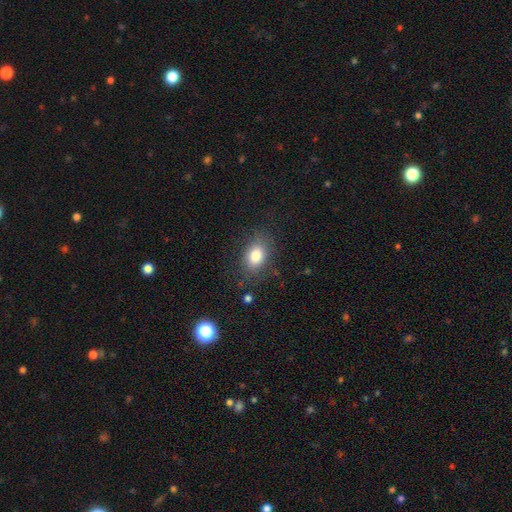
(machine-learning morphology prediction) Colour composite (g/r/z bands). It shows a smooth galaxy with no disk features (82%) that is in between round and cigar-shaped (83%). Merging: none (77%).